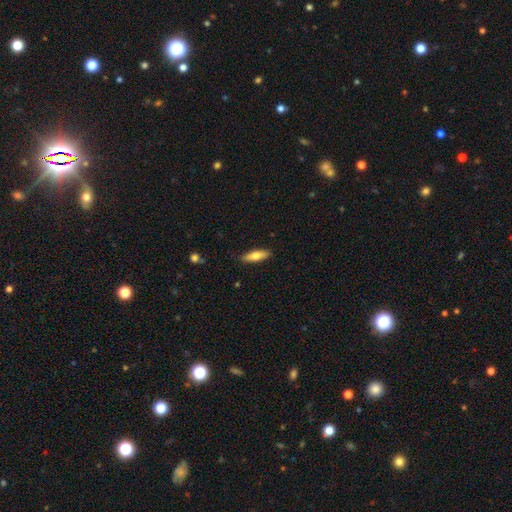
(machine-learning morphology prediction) Smooth or featured? smooth (71%)
How rounded? cigar-shaped (53%)
Merging? none (88%)